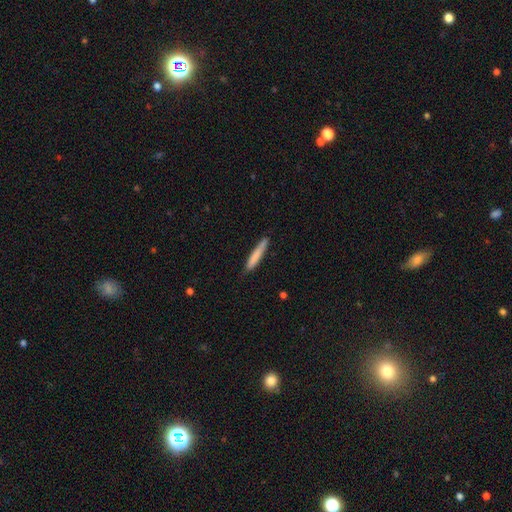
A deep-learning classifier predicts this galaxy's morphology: Smooth or featured? Predicted: smooth (p=0.79). How rounded? Predicted: cigar-shaped (p=0.94). Merging? Predicted: none (p=0.83).